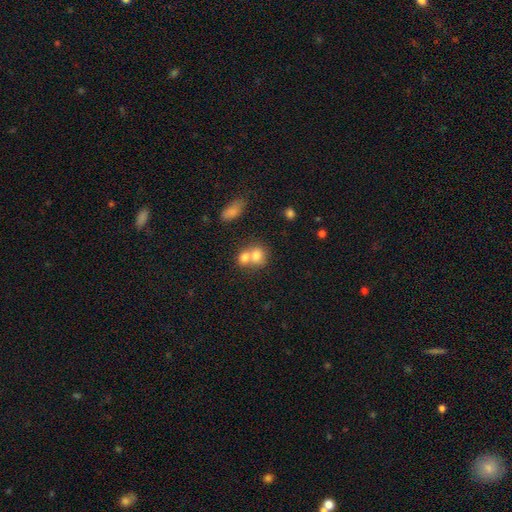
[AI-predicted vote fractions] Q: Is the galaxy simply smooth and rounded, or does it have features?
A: smooth — 75%.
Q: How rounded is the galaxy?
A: round — 61%.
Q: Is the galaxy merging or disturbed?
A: merger — 64%.